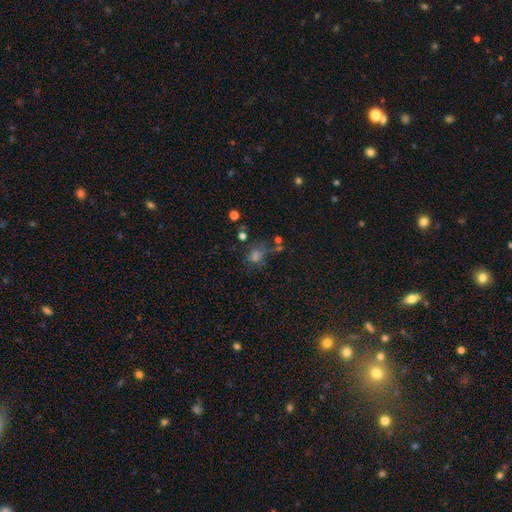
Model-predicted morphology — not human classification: Smooth or featured?
  - smooth: 45% *
  - star or artifact: 37%
  - featured or disk: 17%
Merging?
  - none: 53% *
  - minor disturbance: 19%
  - major disturbance: 17%
  - merger: 12%